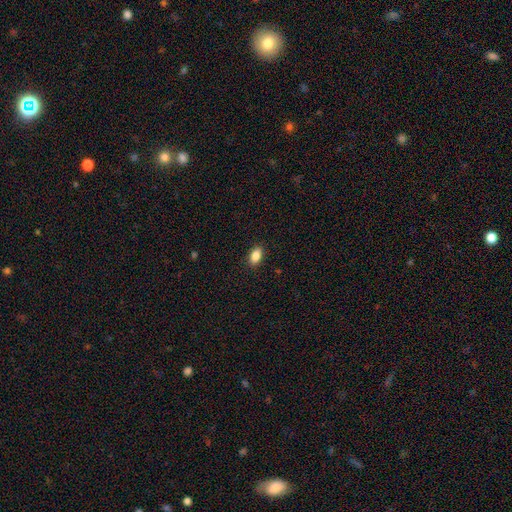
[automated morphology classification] Q: Smooth or featured?
A: smooth (86%); runner-up: star or artifact (8%)
Q: How rounded?
A: in between (89%); runner-up: round (7%)
Q: Merging?
A: none (89%); runner-up: minor disturbance (8%)